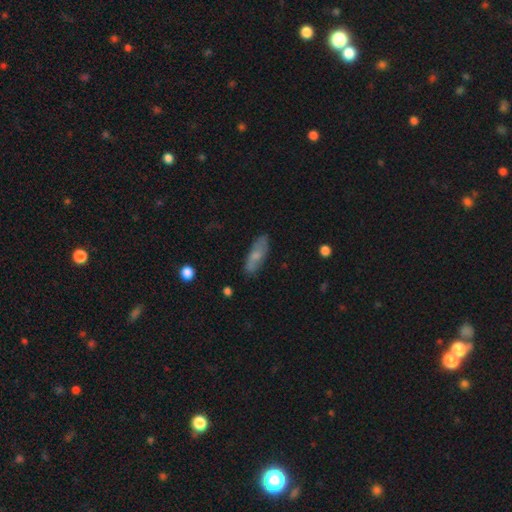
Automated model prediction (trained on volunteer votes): Smooth or featured?
  - smooth: 57% *
  - featured or disk: 36%
  - star or artifact: 7%
How rounded?
  - in between: 54% *
  - cigar-shaped: 43%
  - round: 3%
Merging?
  - none: 78% *
  - minor disturbance: 16%
  - major disturbance: 4%
  - merger: 2%